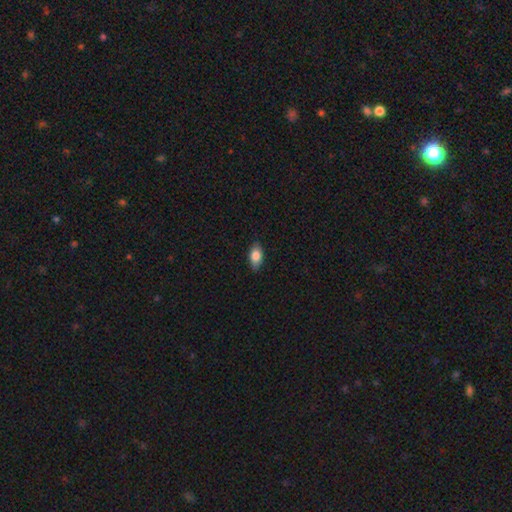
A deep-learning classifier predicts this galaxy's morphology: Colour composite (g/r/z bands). It shows a smooth galaxy with no disk features (82%) that is in between round and cigar-shaped (89%). Merging: none (85%).